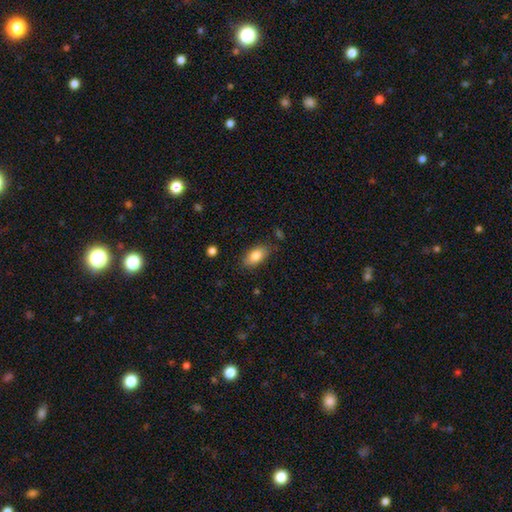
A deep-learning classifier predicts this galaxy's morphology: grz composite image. It shows a smooth galaxy with no disk features (82%) that is in between round and cigar-shaped (90%). Merging: none (81%).